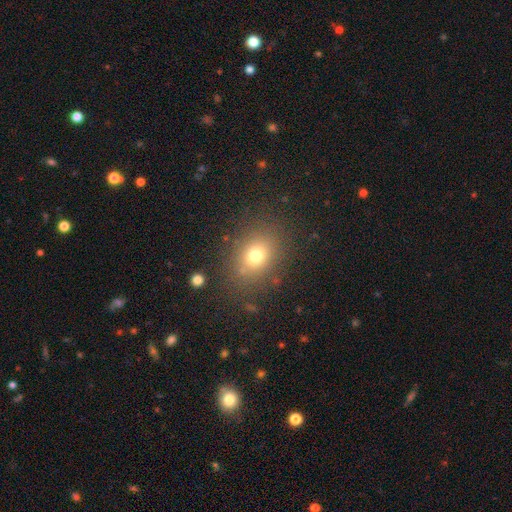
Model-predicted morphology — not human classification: smooth 74%, star or artifact 15%, featured or disk 11%. Down the decision tree: how rounded — in between (55%); merging — none (82%).